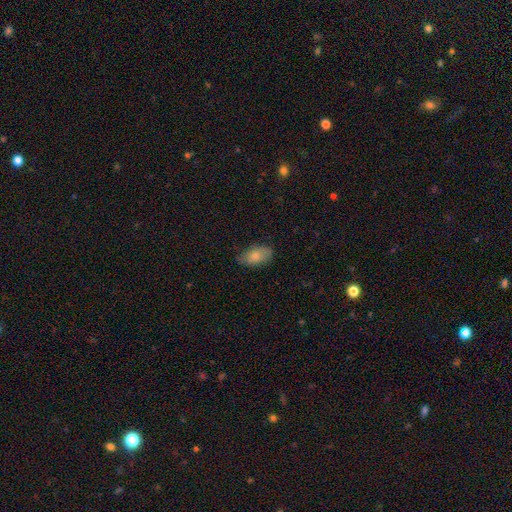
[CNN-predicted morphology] type=smooth (81%); roundness=in between (93%); merging=none (75%).